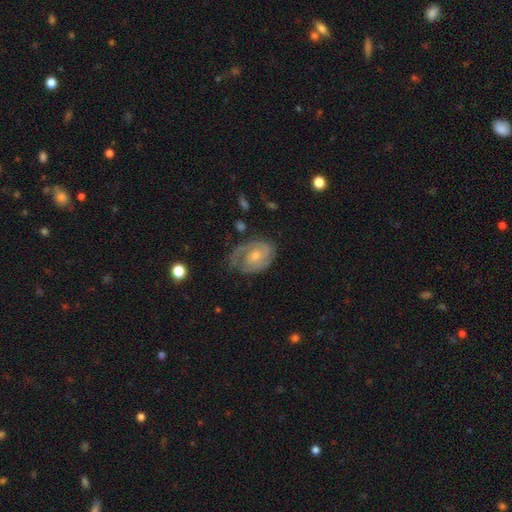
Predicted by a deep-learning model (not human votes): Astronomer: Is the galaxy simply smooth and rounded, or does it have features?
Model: featured or disk — 78%.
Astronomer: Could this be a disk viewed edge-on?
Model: no — 97%.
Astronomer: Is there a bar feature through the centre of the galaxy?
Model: no — 63%.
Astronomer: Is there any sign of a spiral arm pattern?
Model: yes — 91%.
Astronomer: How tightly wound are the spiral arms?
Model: tight — 54% (runner-up: medium, 35%).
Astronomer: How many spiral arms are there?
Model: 2 — 54%.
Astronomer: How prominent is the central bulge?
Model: small — 54% (runner-up: moderate, 41%).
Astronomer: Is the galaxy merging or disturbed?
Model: none — 64%.